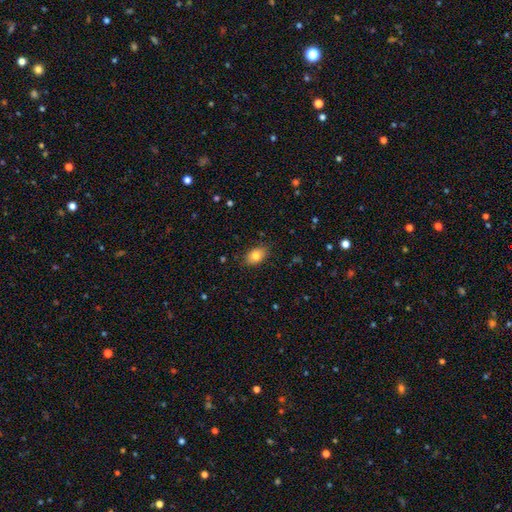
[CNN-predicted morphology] Overall: smooth (81%). How rounded: in between (85%). Merging: none (84%).